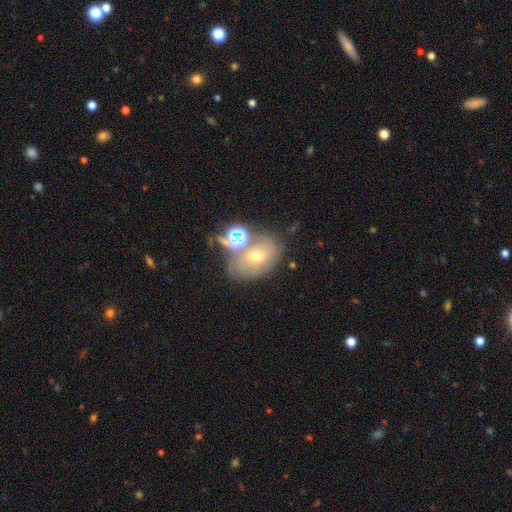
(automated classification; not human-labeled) smooth-or-featured: smooth: 40% | featured or disk: 37% | star or artifact: 23%
  merging: none: 51% | merger: 22% | minor disturbance: 17% | major disturbance: 10%